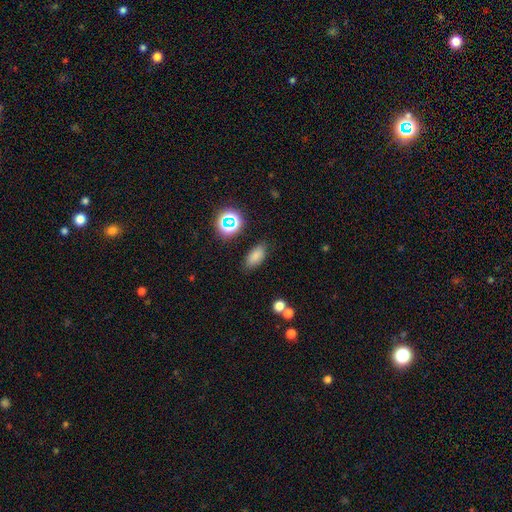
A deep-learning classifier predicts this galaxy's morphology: This is likely a smooth galaxy (79%). How rounded: clearly in between (87%). Merging: clearly none (81%).